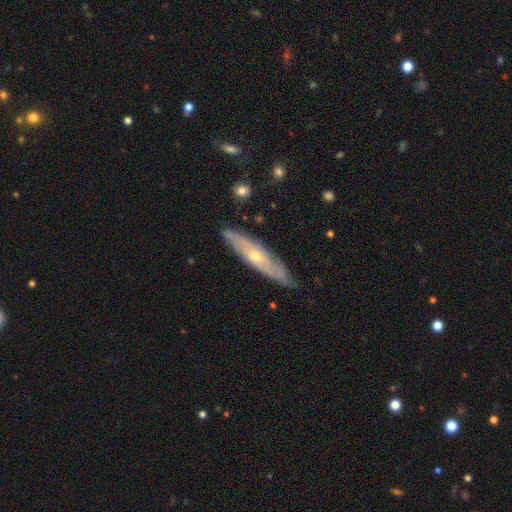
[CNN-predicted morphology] A featured or disk galaxy (69%) viewed edge-on (53%). Merging: none (78%).